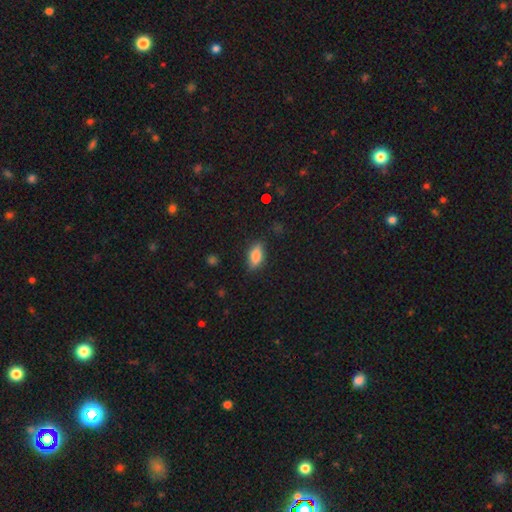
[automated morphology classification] Smooth or featured?
  - smooth: 78% *
  - featured or disk: 14%
  - star or artifact: 8%
How rounded?
  - in between: 83% *
  - cigar-shaped: 12%
  - round: 4%
Merging?
  - none: 78% *
  - minor disturbance: 17%
  - major disturbance: 4%
  - merger: 1%